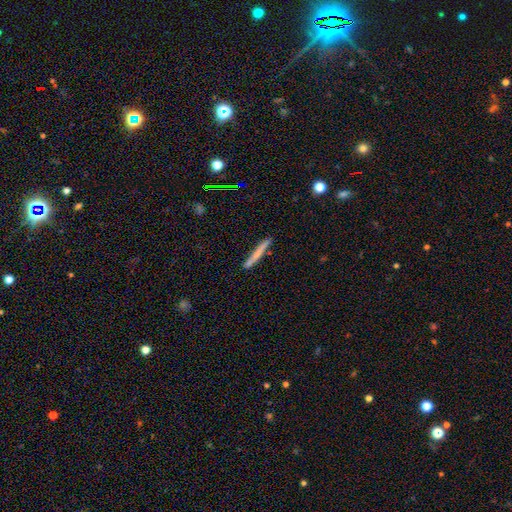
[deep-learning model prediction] This appears to be a smooth galaxy with no disk features (63%) that is cigar-shaped (96%). Merging: none (84%).